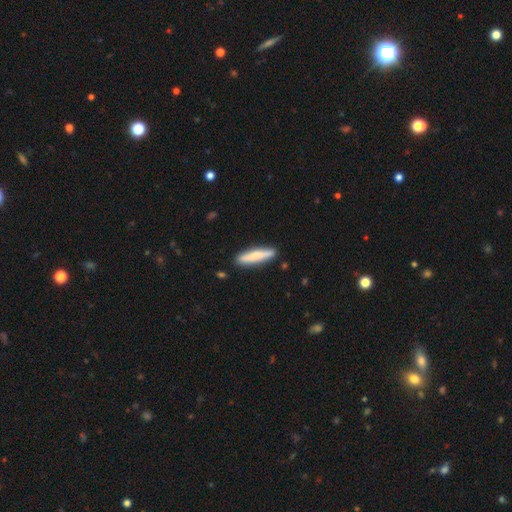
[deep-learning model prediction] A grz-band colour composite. It shows a smooth galaxy with no disk features (73%) that is cigar-shaped (88%). Merging: none (88%).